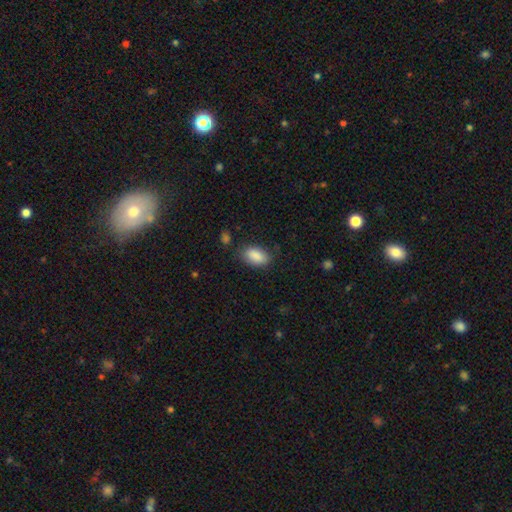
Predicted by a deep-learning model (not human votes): Morphology: type=smooth (88%); roundness=in between (92%); merging=none (77%).